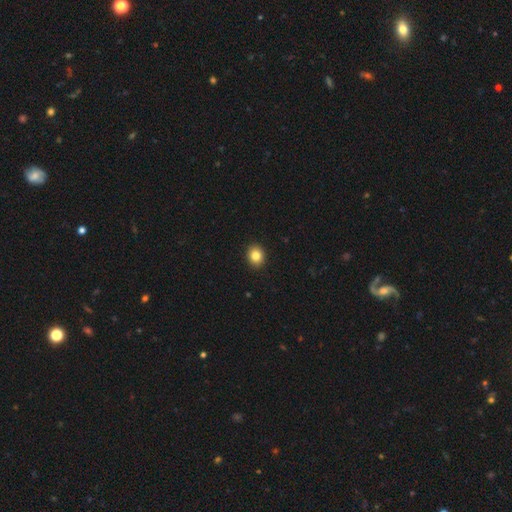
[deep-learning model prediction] Smooth or featured? smooth (84%)
How rounded? round (65%)
Merging? none (92%)